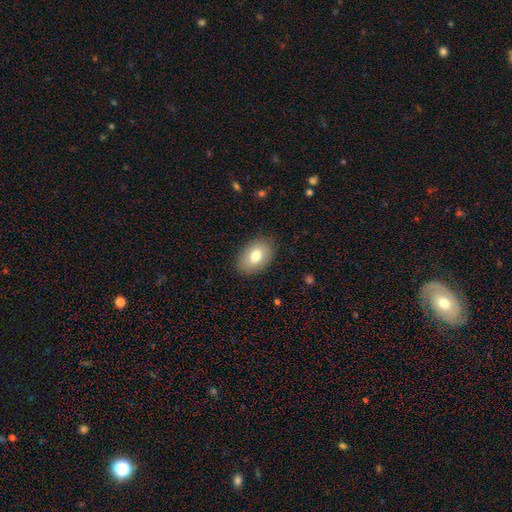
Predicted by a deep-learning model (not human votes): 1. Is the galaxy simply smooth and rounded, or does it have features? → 76% smooth, 17% featured or disk, 7% star or artifact.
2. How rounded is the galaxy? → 86% in between, 13% round, 1% cigar-shaped.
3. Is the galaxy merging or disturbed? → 86% none, 10% minor disturbance, 3% major disturbance, 1% merger.